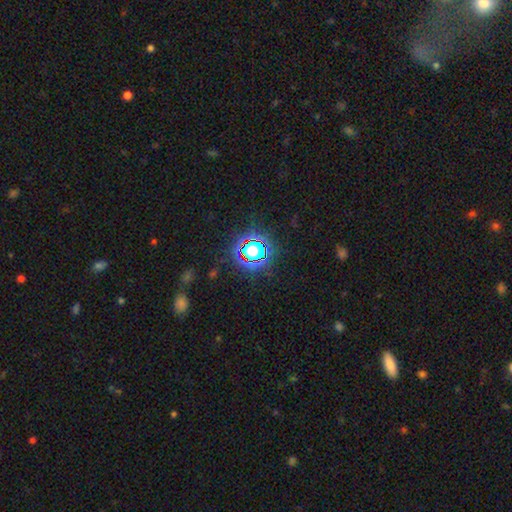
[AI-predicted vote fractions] Smooth or featured?
  - star or artifact: 71% *
  - smooth: 19%
  - featured or disk: 10%